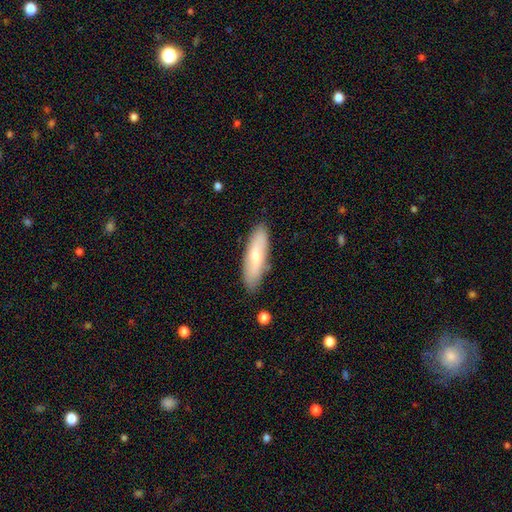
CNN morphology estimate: This is likely a smooth galaxy (63%). How rounded: possibly cigar-shaped (55%). Merging: clearly none (85%).